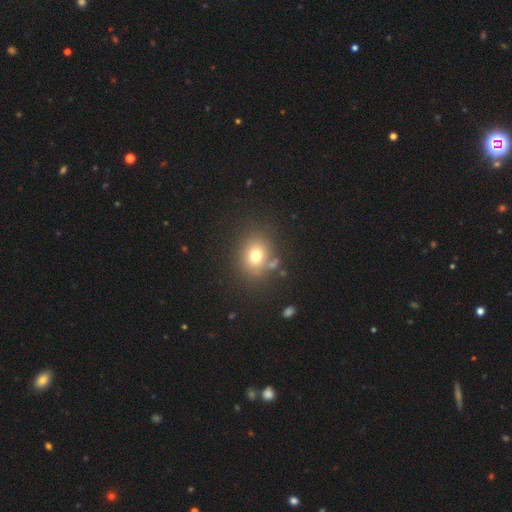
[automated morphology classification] smooth_or_featured: smooth (p=0.73) [alt: star or artifact p=0.15]
how_rounded: round (p=0.60) [alt: in between p=0.39]
merging: none (p=0.77) [alt: minor disturbance p=0.11]